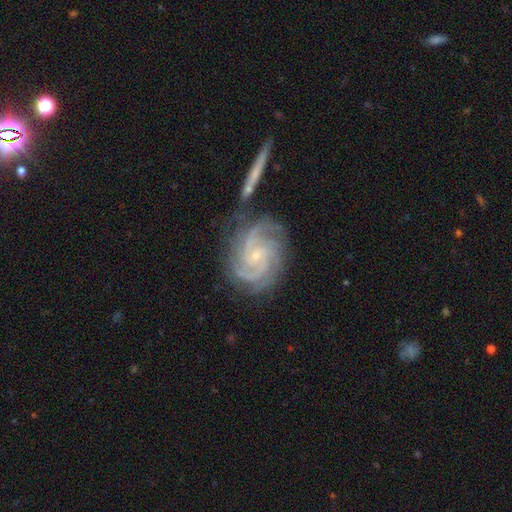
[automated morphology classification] type=featured or disk (90%); edge-on=no (97%); bar=no (67%); spiral arms=yes (99%); winding=tight (68%); arm count=3 (32%); bulge=small (82%); merging=none (67%).